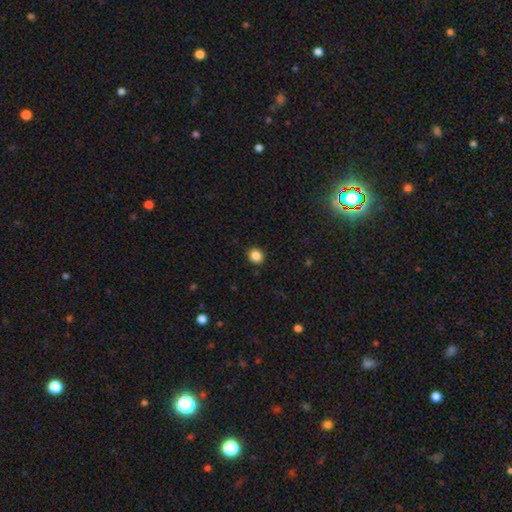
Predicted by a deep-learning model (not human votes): Overall: smooth (86%). How rounded: round (76%). Merging: none (90%).